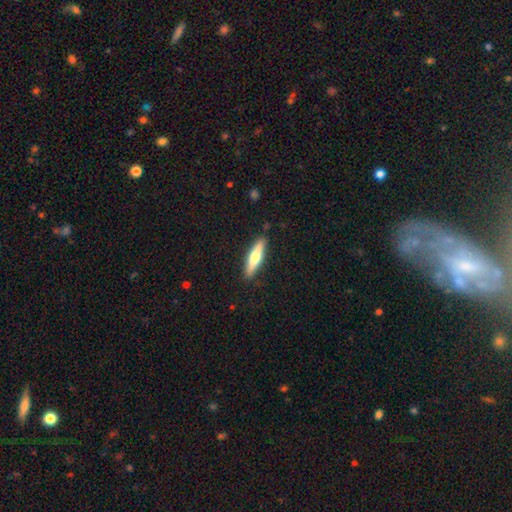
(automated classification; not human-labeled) Smooth or featured?
  - smooth: 53% *
  - featured or disk: 41%
  - star or artifact: 5%
How rounded?
  - cigar-shaped: 78% *
  - in between: 20%
  - round: 2%
Merging?
  - none: 89% *
  - minor disturbance: 8%
  - major disturbance: 2%
  - merger: 1%